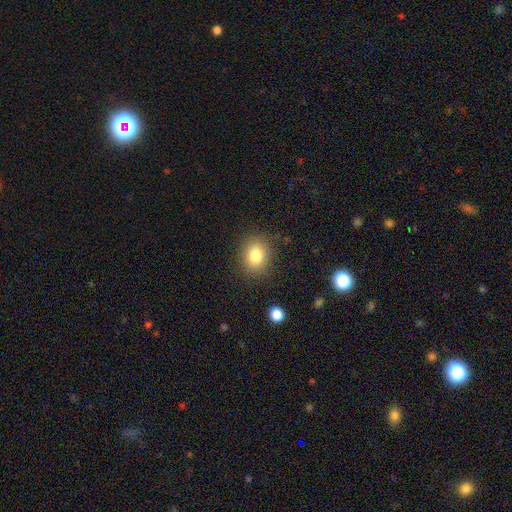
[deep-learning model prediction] Overall: smooth (82%). How rounded: round (59%; in between 40%). Merging: none (85%).